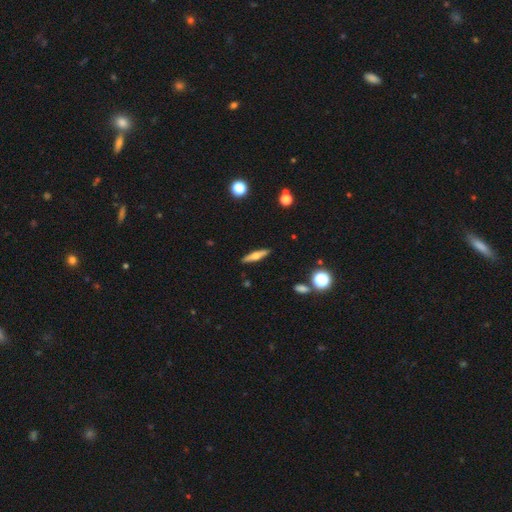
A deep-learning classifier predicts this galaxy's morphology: featured or disk 46% (tied), smooth 46% (tied), star or artifact 8%. Down the decision tree: merging — none (90%).